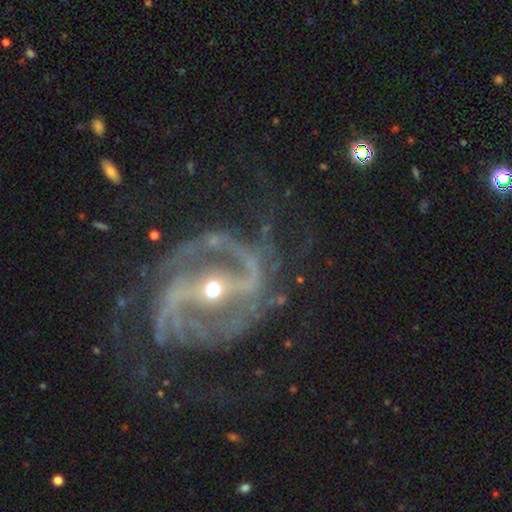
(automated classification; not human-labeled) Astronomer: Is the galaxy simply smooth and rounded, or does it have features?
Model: featured or disk — 92%.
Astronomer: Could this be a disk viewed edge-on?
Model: no — 97%.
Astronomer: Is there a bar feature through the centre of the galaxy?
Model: strong — 68%.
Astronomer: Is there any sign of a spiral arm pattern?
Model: yes — 97%.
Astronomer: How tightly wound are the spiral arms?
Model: medium — 52% (runner-up: tight, 27%).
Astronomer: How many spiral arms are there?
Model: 2 — 71%.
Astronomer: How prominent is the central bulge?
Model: small — 57% (runner-up: moderate, 40%).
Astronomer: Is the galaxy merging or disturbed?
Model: none — 64%.